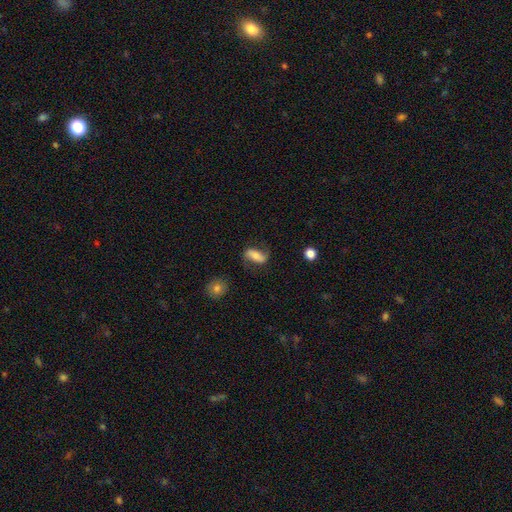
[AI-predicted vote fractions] A smooth galaxy with no disk features (52%) that is in between round and cigar-shaped (78%). Merging: none (69%).